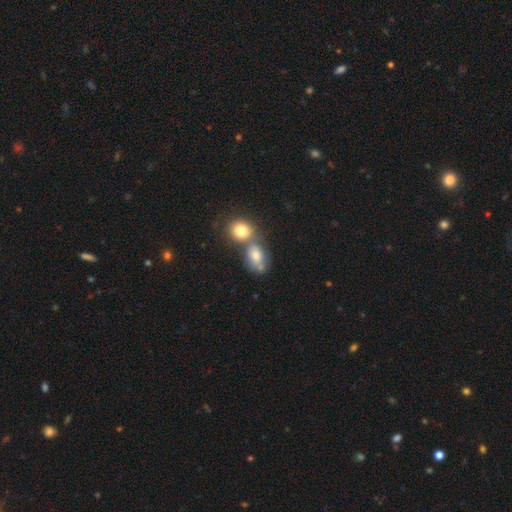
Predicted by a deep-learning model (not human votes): A smooth galaxy with no disk features (74%) that is in between round and cigar-shaped (60%).

Vote fractions:
- Smooth or featured? smooth: 74% / featured or disk: 15% / star or artifact: 10%
- How rounded? in between: 60% / round: 38% / cigar-shaped: 2%
- Merging? merger: 53% / none: 31% / minor disturbance: 11% / major disturbance: 5%